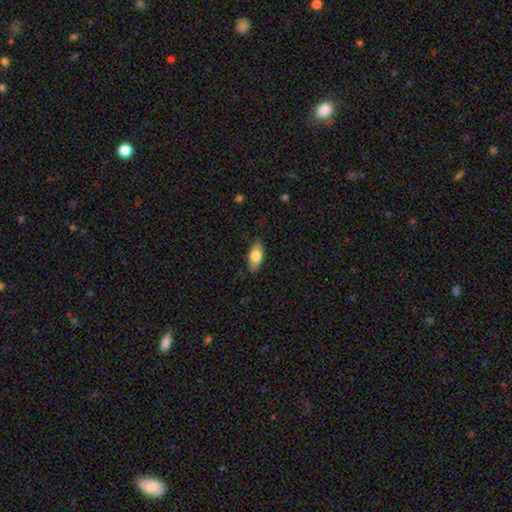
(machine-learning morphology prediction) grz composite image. It shows a smooth galaxy with no disk features (73%) that is in between round and cigar-shaped (89%). Merging: none (85%).